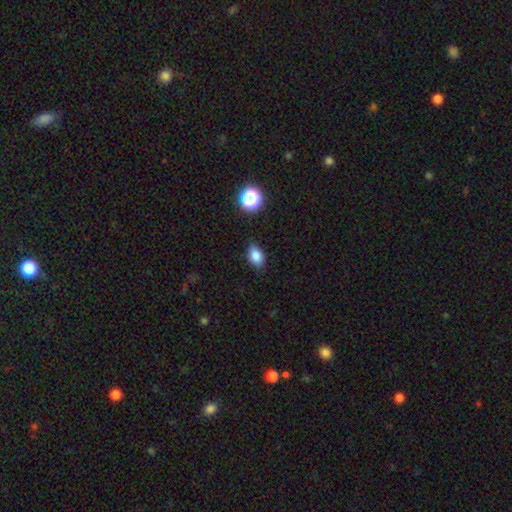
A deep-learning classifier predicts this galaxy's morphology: type=smooth (83%); roundness=in between (81%); merging=none (79%).